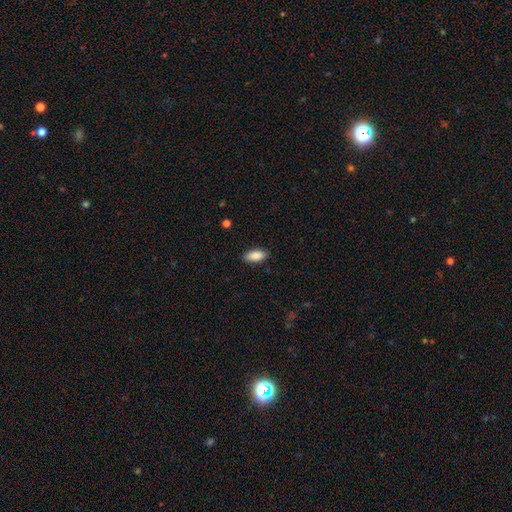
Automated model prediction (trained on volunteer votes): Overall: smooth (89%). How rounded: in between (87%). Merging: none (88%).